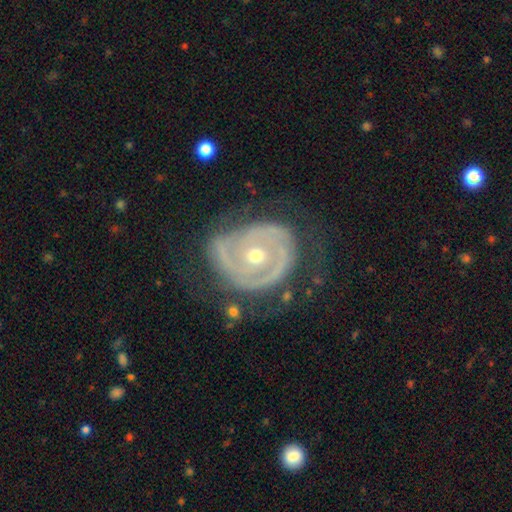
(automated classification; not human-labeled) A featured or disk galaxy (86%) with no bar (72%), 2 (46%) tight (66%) spiral arms (87%) and a moderate central bulge (57%).

Vote fractions:
- Smooth or featured? featured or disk: 86% / smooth: 9% / star or artifact: 5%
- Edge-on disk? no: 97% / yes: 3%
- Bar? no: 72% / weak: 20% / strong: 8%
- Spiral arms? yes: 87% / no: 13%
- Spiral winding? tight: 66% / medium: 25% / loose: 8%
- Spiral arm count? 2: 46% / can't tell: 22% / 3: 15% / 1: 9% / 4: 4% / more than 4: 4%
- Bulge size? moderate: 57% / small: 39% / large: 2% / none: 1% / dominant: 1%
- Merging? none: 60% / minor disturbance: 24% / major disturbance: 14% / merger: 2%